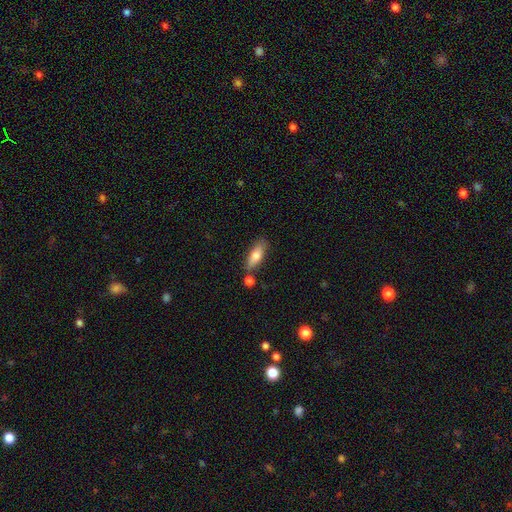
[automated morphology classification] This appears to be a smooth galaxy with no disk features (72%) that is in between round and cigar-shaped (66%). Merging: none (70%).